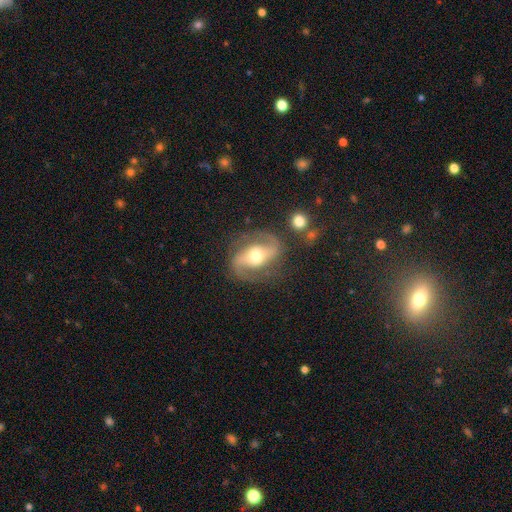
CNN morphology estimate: Q: Smooth or featured?
A: featured or disk (86%); runner-up: smooth (8%)
Q: Edge-on disk?
A: no (97%); runner-up: yes (3%)
Q: Bar?
A: strong (38%); runner-up: weak (33%)
Q: Spiral arms?
A: yes (95%); runner-up: no (5%)
Q: Spiral winding?
A: medium (52%); runner-up: loose (30%)
Q: Spiral arm count?
A: 2 (93%); runner-up: can't tell (2%)
Q: Bulge size?
A: moderate (71%); runner-up: large (14%)
Q: Merging?
A: none (78%); runner-up: minor disturbance (13%)